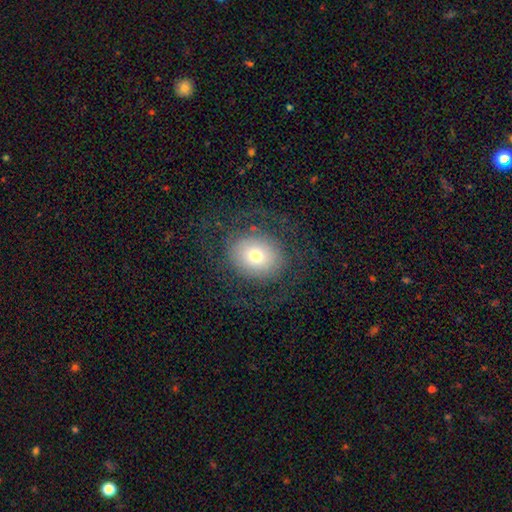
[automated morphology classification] This is possibly a smooth galaxy (52%). How rounded: likely round (67%). Merging: likely none (73%).